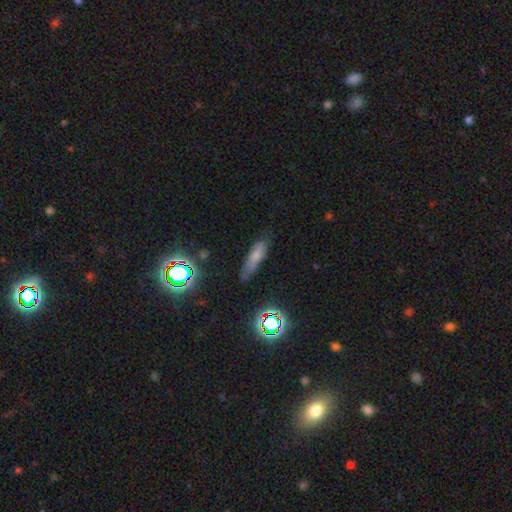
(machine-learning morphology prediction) smooth-or-featured: smooth: 59% | featured or disk: 23% | star or artifact: 18%
  how-rounded: cigar-shaped: 57% | in between: 38% | round: 4%
  merging: none: 58% | minor disturbance: 30% | major disturbance: 9% | merger: 3%